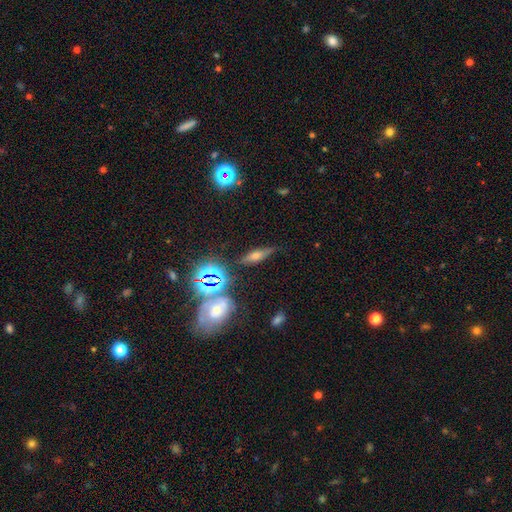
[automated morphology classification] Smooth or featured?
  - featured or disk: 37% *
  - smooth: 34%
  - star or artifact: 29%
Merging?
  - none: 74% *
  - minor disturbance: 15%
  - merger: 6%
  - major disturbance: 5%